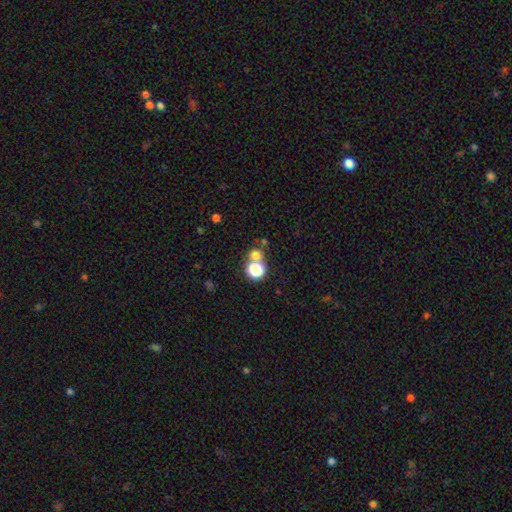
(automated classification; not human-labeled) Q: Smooth or featured?
A: smooth (66%); runner-up: star or artifact (27%)
Q: How rounded?
A: round (84%); runner-up: in between (14%)
Q: Merging?
A: none (59%); runner-up: merger (30%)